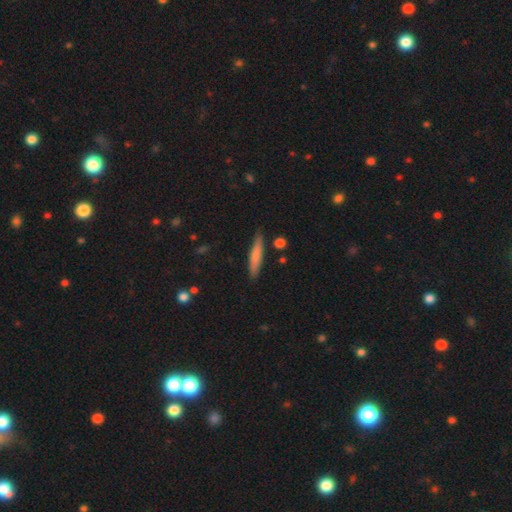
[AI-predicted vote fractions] Smooth or featured?
  - smooth: 75% *
  - featured or disk: 19%
  - star or artifact: 6%
How rounded?
  - cigar-shaped: 88% *
  - in between: 11%
  - round: 1%
Merging?
  - none: 83% *
  - minor disturbance: 13%
  - merger: 2%
  - major disturbance: 2%